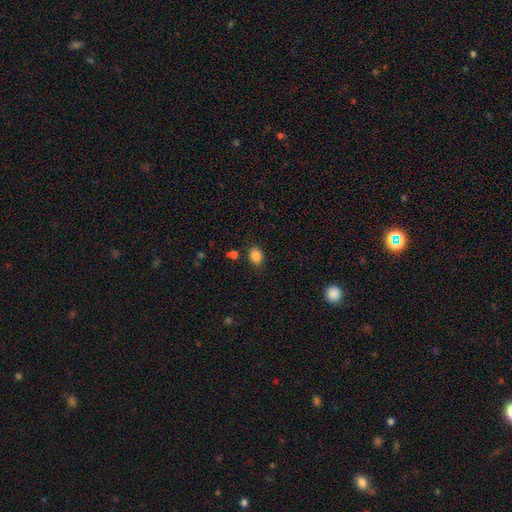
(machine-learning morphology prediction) type=smooth (85%); roundness=in between (55%); merging=none (82%).